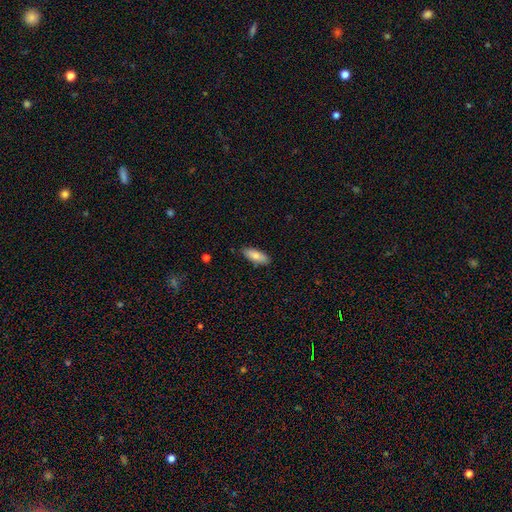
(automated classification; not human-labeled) Smooth or featured? Predicted: smooth (p=0.83). How rounded? Predicted: in between (p=0.72). Merging? Predicted: none (p=0.85).